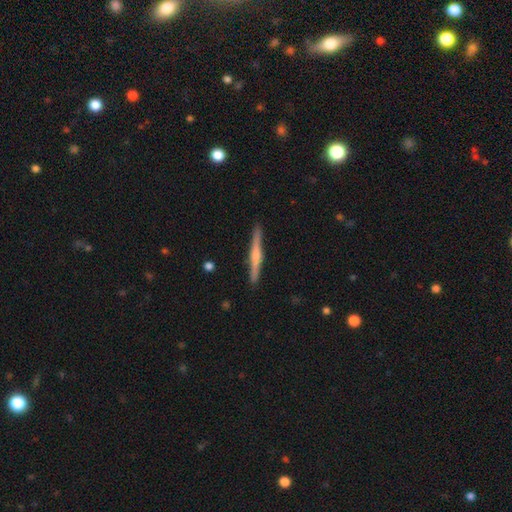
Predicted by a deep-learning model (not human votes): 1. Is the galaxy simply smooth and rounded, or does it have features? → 69% featured or disk, 26% smooth, 5% star or artifact.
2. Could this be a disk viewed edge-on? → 98% yes, 2% no.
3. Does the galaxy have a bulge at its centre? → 79% rounded, 11% none, 10% boxy.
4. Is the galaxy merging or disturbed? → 91% none, 6% minor disturbance, 1% major disturbance, 1% merger.